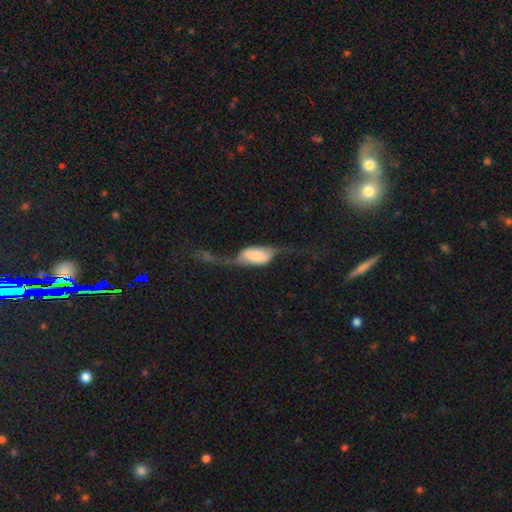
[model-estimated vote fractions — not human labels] featured or disk 51%, smooth 42%, star or artifact 7%. Down the decision tree: edge-on disk — no (76%); merging — major disturbance (52%).